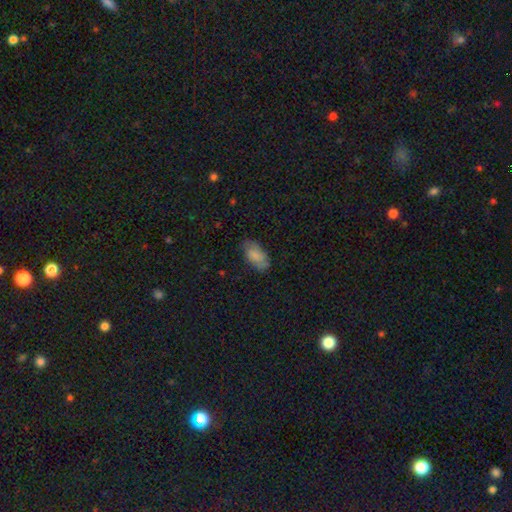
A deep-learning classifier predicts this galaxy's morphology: This is clearly a smooth galaxy (81%). How rounded: clearly in between (94%). Merging: likely none (71%).